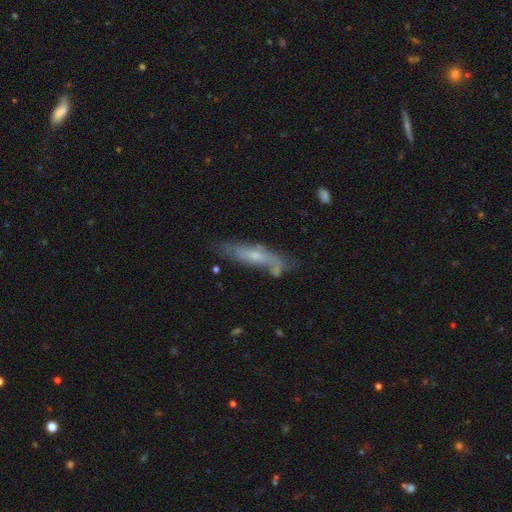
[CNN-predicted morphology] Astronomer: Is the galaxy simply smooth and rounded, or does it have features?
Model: featured or disk — 51% (runner-up: smooth, 42%).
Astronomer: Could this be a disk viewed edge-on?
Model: yes — 53% (runner-up: no, 47%).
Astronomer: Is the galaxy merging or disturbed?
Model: none — 59%.